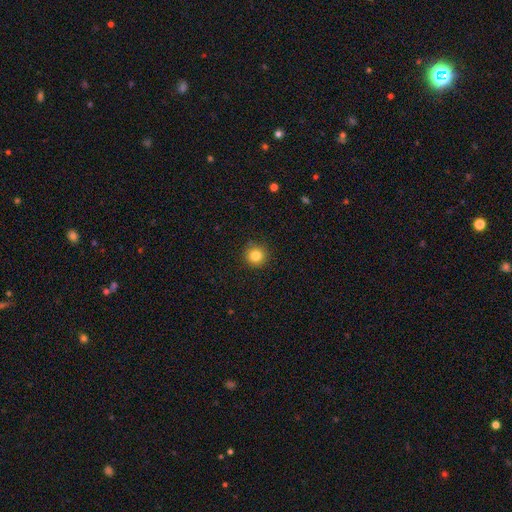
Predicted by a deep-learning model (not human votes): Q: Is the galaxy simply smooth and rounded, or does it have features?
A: smooth — 83%.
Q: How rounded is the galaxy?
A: round — 95%.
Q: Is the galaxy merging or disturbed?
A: none — 91%.